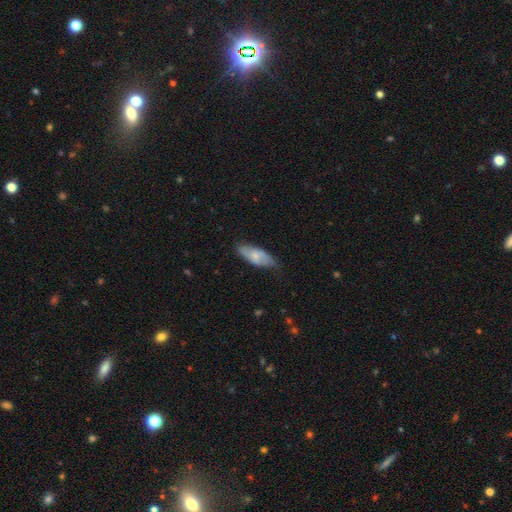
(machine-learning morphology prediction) Overall: smooth (59%; featured or disk 35%). How rounded: in between (78%). Merging: none (64%; minor disturbance 29%).